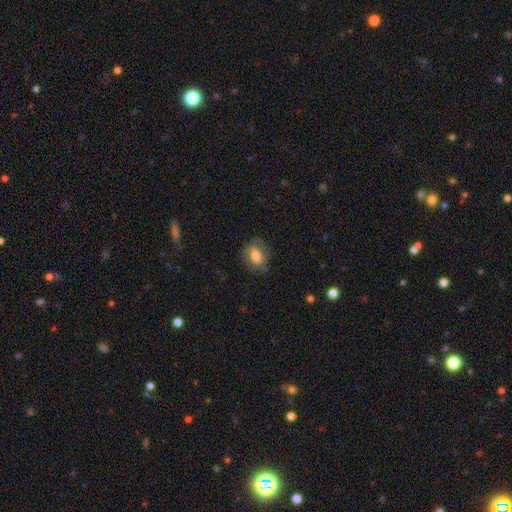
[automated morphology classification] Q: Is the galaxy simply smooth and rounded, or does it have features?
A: smooth — 63%.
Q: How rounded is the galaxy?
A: in between — 67%.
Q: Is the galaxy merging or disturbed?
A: none — 73%.